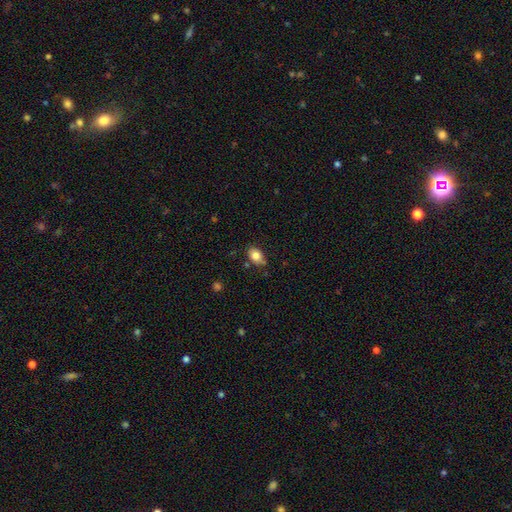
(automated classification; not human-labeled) Smooth or featured? Predicted: smooth (p=0.81). How rounded? Predicted: in between (p=0.80). Merging? Predicted: none (p=0.73).